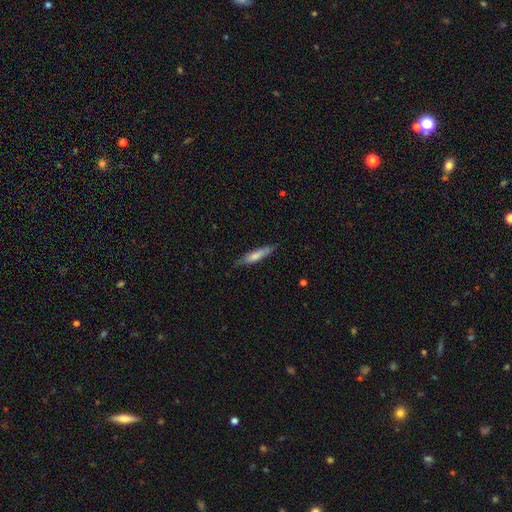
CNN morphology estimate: A smooth galaxy with no disk features (67%) that is cigar-shaped (83%).

Vote fractions:
- Smooth or featured? smooth: 67% / featured or disk: 28% / star or artifact: 6%
- How rounded? cigar-shaped: 83% / in between: 15% / round: 1%
- Merging? none: 79% / minor disturbance: 17% / major disturbance: 3% / merger: 1%